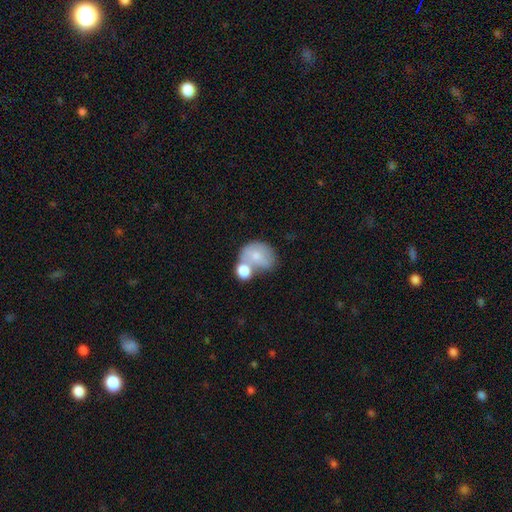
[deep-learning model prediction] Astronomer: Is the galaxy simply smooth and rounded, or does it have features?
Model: smooth — 68%.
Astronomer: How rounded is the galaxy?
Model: in between — 50% (runner-up: round, 49%).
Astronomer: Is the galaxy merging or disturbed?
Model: merger — 47% (runner-up: none, 27%).